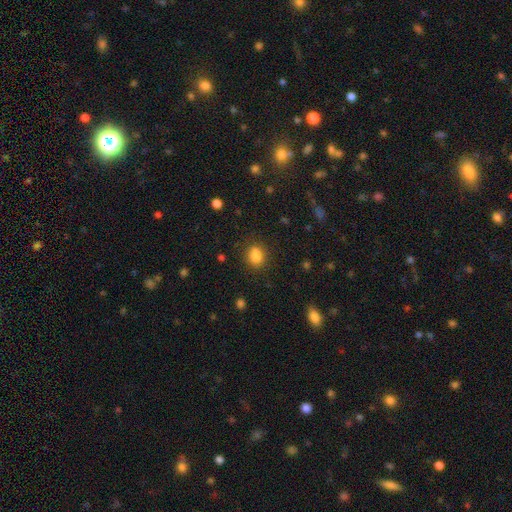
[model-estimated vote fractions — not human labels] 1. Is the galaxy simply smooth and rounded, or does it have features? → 85% smooth, 10% star or artifact, 5% featured or disk.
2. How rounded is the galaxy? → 54% in between, 45% round, 1% cigar-shaped.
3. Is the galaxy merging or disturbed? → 84% none, 11% minor disturbance, 4% major disturbance, 2% merger.